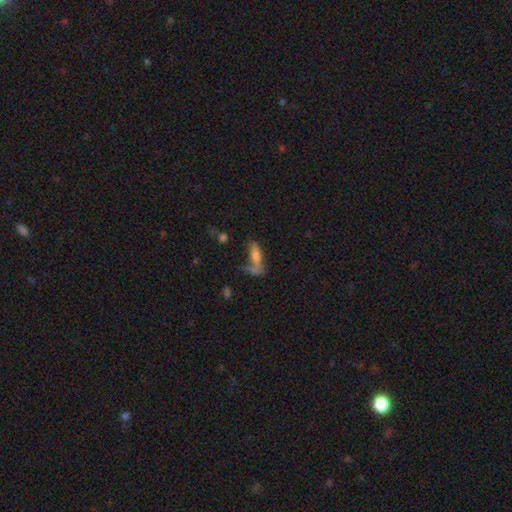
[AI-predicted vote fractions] This appears to be a smooth galaxy with no disk features (62%) that is cigar-shaped (56%). Merging: none (35%).